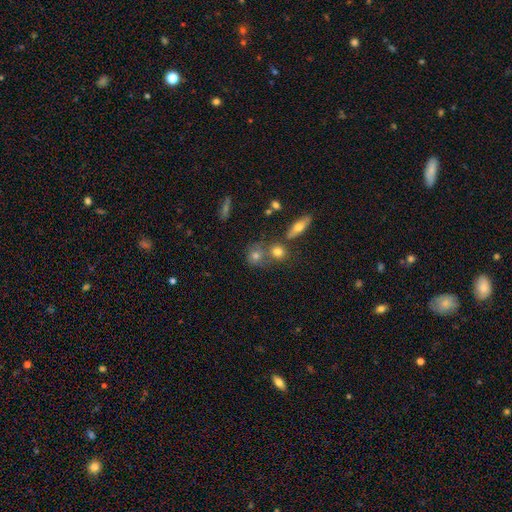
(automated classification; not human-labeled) Smooth or featured? smooth (68%)
How rounded? round (71%)
Merging? none (52%)